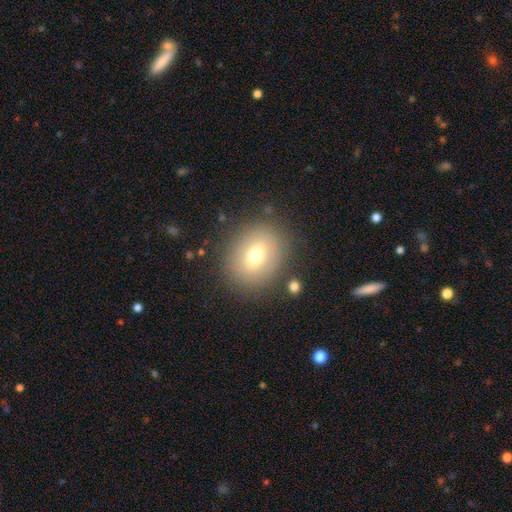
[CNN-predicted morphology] A smooth galaxy with no disk features (66%) that is round (57%). Merging: none (83%).